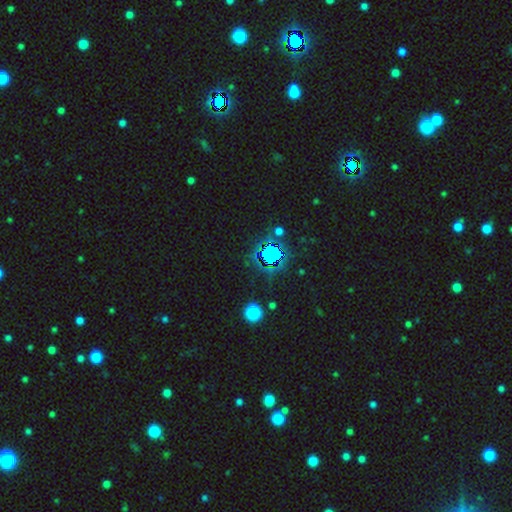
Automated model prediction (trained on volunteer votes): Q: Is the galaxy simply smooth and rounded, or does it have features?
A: star or artifact — 76%.